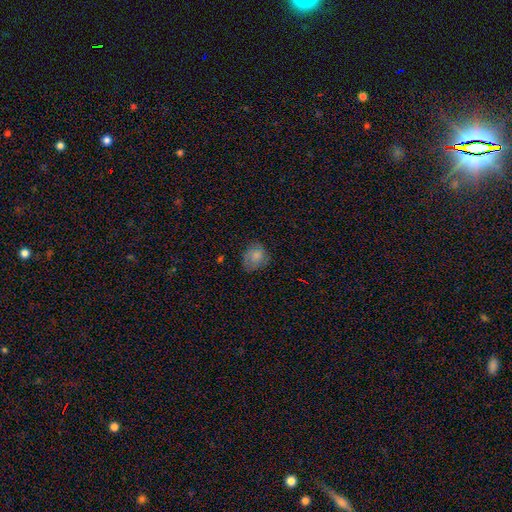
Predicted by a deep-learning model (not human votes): The model was most divided on "how rounded": round: 67%, in between: 32%, cigar-shaped: 1%. More confident: smooth or featured — smooth (75%); merging — none (70%).